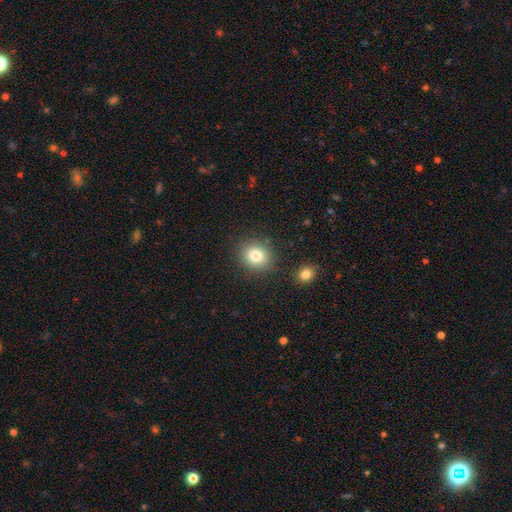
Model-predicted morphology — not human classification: A smooth galaxy with no disk features (81%) that is round (77%).

Vote fractions:
- Smooth or featured? smooth: 81% / star or artifact: 11% / featured or disk: 8%
- How rounded? round: 77% / in between: 22% / cigar-shaped: 1%
- Merging? none: 85% / minor disturbance: 9% / merger: 3% / major disturbance: 3%